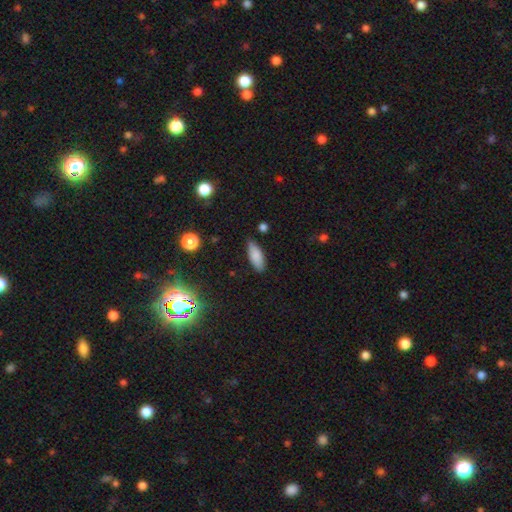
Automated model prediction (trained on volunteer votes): The model was most divided on "how rounded": in between: 73%, cigar-shaped: 25%, round: 2%. More confident: smooth or featured — smooth (84%); merging — none (83%).